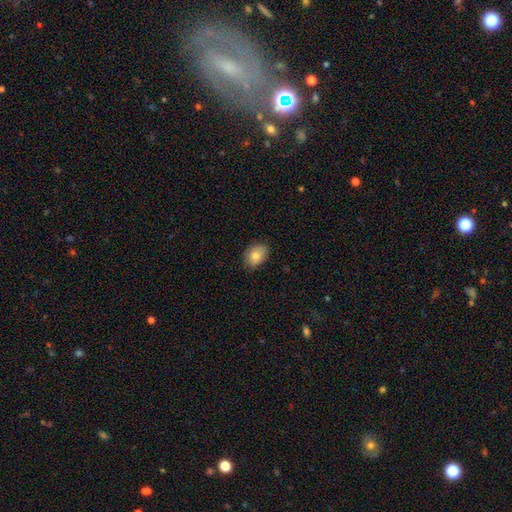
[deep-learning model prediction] Smooth or featured? smooth (83%)
How rounded? in between (74%)
Merging? none (80%)